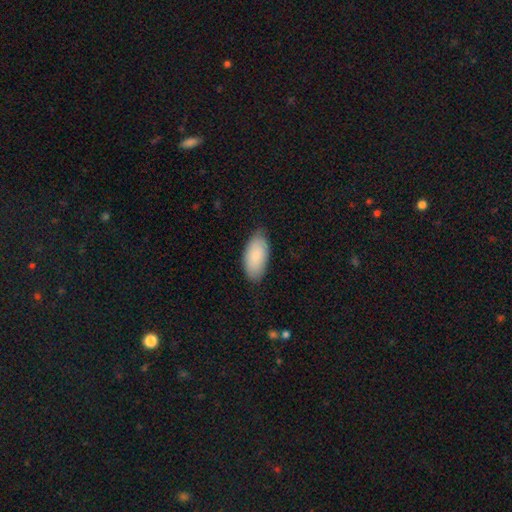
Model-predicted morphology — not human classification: Smooth or featured?
  - smooth: 83% *
  - featured or disk: 11%
  - star or artifact: 6%
How rounded?
  - in between: 94% *
  - cigar-shaped: 4%
  - round: 2%
Merging?
  - none: 75% *
  - minor disturbance: 21%
  - major disturbance: 3%
  - merger: 1%